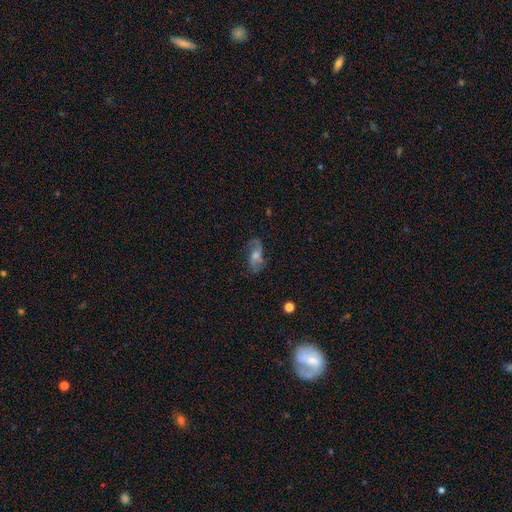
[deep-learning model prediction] This is likely a featured or disk galaxy (64%). It is clearly not viewed edge-on (90%). Bar: possibly no (56%). Spiral arm pattern: clearly yes (86%). Central bulge: possibly moderate (57%). Merging: likely none (70%).